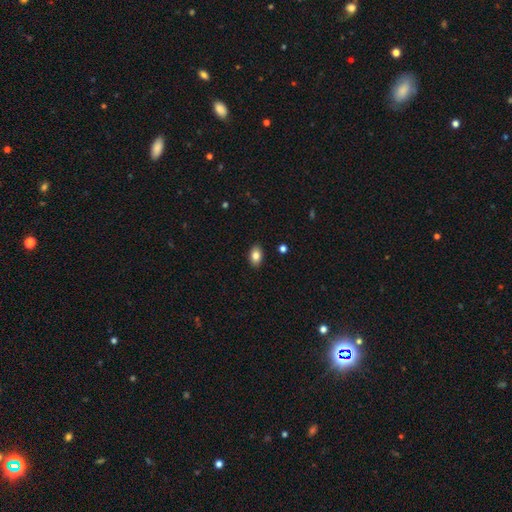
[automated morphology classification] Q: Smooth or featured?
A: smooth (83%); runner-up: featured or disk (9%)
Q: How rounded?
A: in between (88%); runner-up: round (10%)
Q: Merging?
A: none (89%); runner-up: minor disturbance (8%)